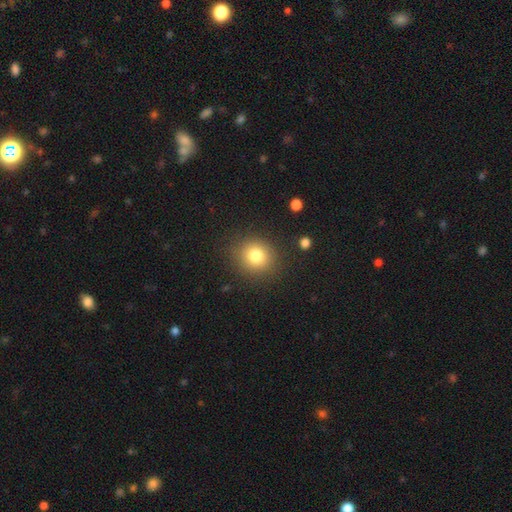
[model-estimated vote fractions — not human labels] Smooth or featured?
  - smooth: 79% *
  - star or artifact: 12%
  - featured or disk: 8%
How rounded?
  - round: 85% *
  - in between: 14%
  - cigar-shaped: 1%
Merging?
  - none: 87% *
  - minor disturbance: 8%
  - major disturbance: 4%
  - merger: 2%